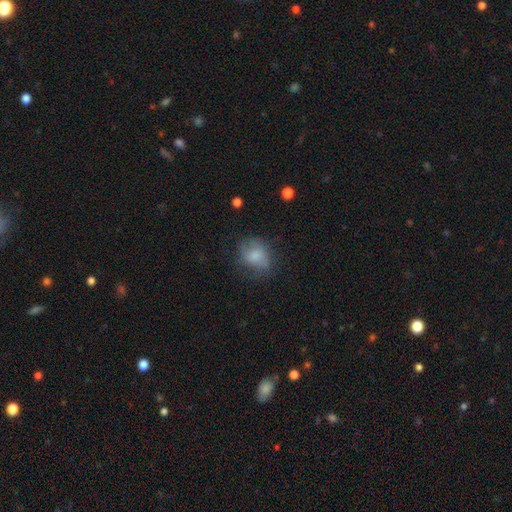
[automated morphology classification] type=smooth (67%); roundness=round (53%); merging=none (58%).